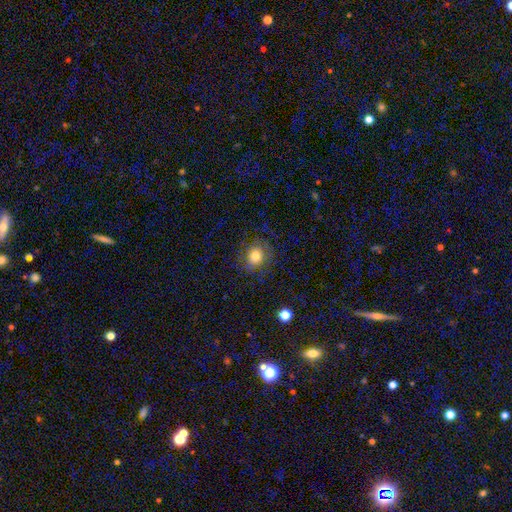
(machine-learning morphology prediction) Overall: smooth (72%). How rounded: round (67%; in between 32%). Merging: none (73%).